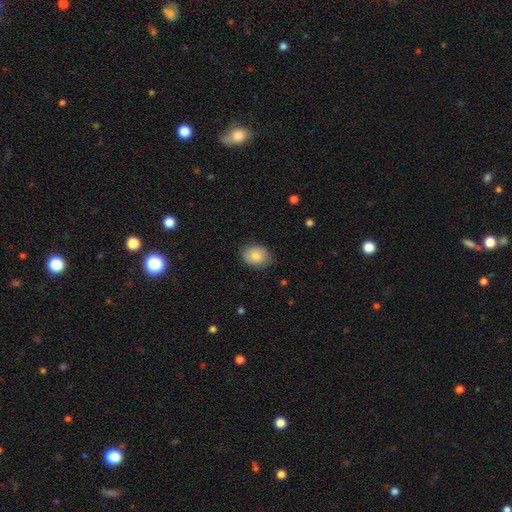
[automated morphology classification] This appears to be a smooth galaxy with no disk features (81%) that is in between round and cigar-shaped (59%). Merging: none (79%).